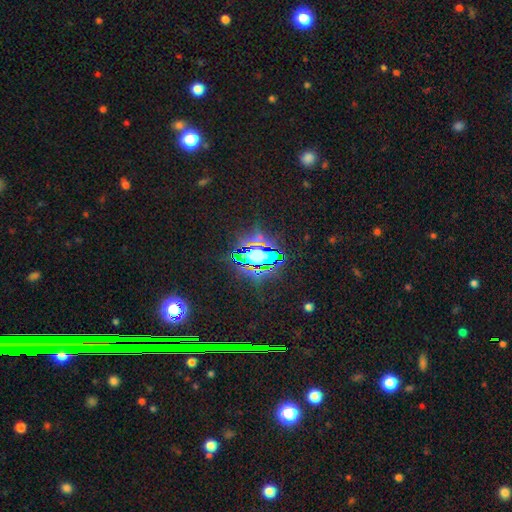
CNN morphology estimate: smooth_or_featured: star or artifact (p=0.65) [alt: smooth p=0.23]